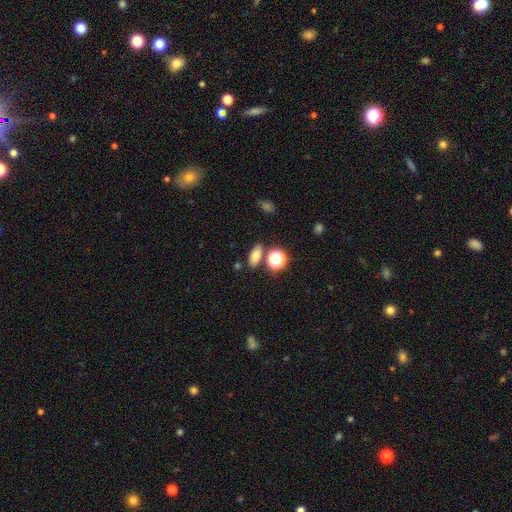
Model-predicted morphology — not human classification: A smooth galaxy with no disk features (74%) that is in between round and cigar-shaped (77%).

Vote fractions:
- Smooth or featured? smooth: 74% / star or artifact: 16% / featured or disk: 10%
- How rounded? in between: 77% / round: 15% / cigar-shaped: 8%
- Merging? none: 78% / minor disturbance: 10% / merger: 9% / major disturbance: 3%